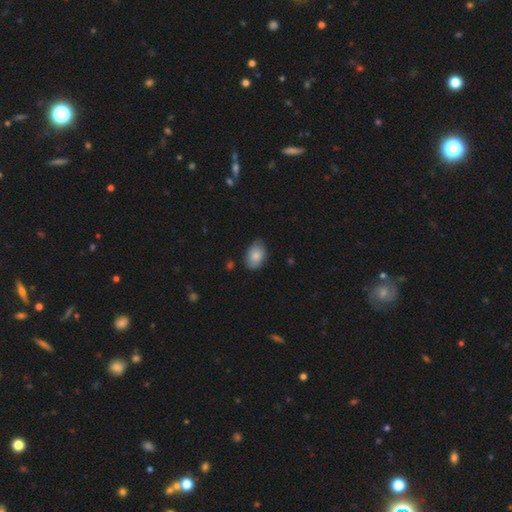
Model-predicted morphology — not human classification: Smooth or featured? smooth (81%)
How rounded? in between (87%)
Merging? none (74%)